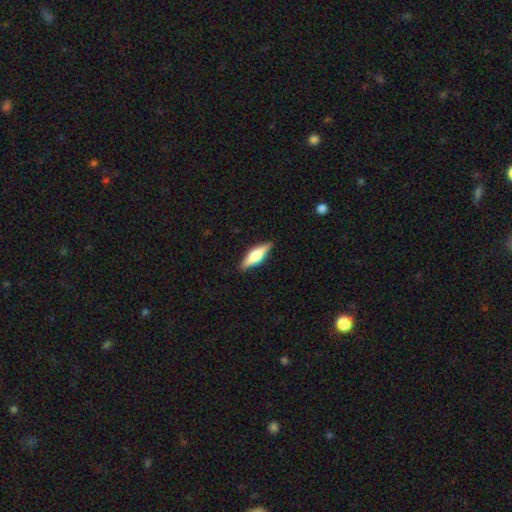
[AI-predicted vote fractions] This appears to be a featured or disk galaxy (51%) viewed edge-on (95%). Merging: none (88%).